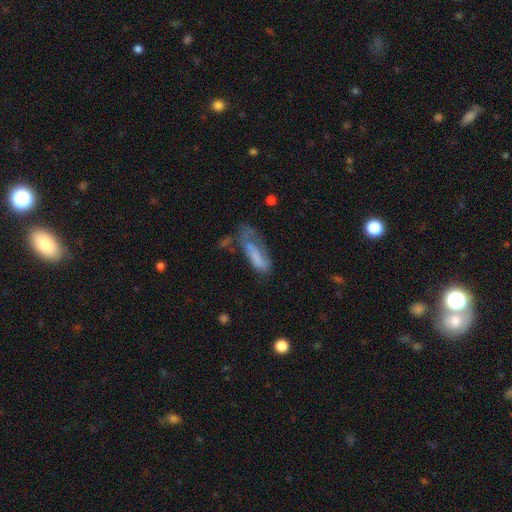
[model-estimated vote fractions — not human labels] smooth_or_featured: smooth (p=0.55) [alt: featured or disk p=0.34]
how_rounded: in between (p=0.64) [alt: cigar-shaped p=0.33]
merging: major disturbance (p=0.39) [alt: none p=0.26]